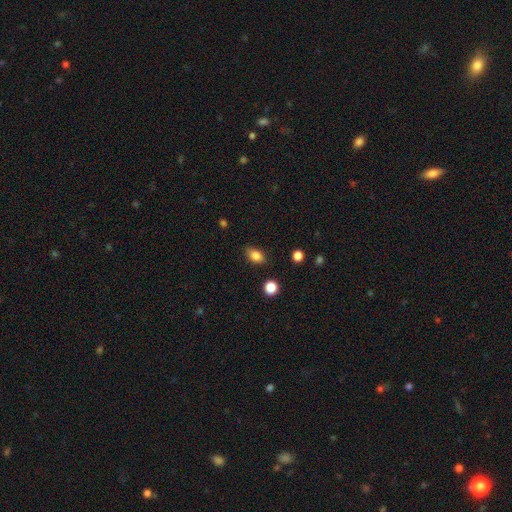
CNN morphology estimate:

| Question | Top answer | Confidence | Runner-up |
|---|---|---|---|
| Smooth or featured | smooth | 85% | star or artifact (10%) |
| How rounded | in between | 81% | round (16%) |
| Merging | none | 83% | minor disturbance (12%) |